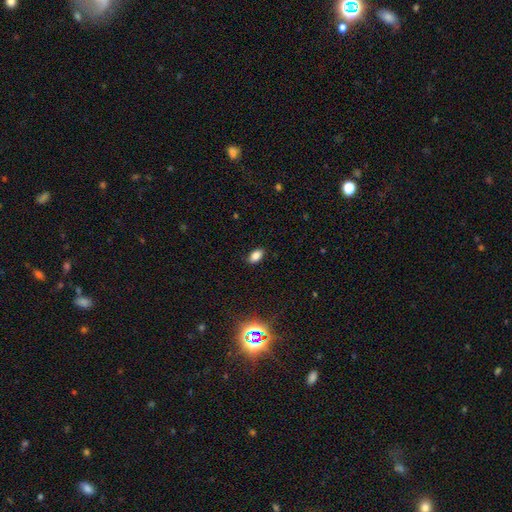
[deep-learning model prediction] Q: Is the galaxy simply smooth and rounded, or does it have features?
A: smooth — 82%.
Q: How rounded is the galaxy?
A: in between — 90%.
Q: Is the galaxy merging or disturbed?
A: none — 87%.